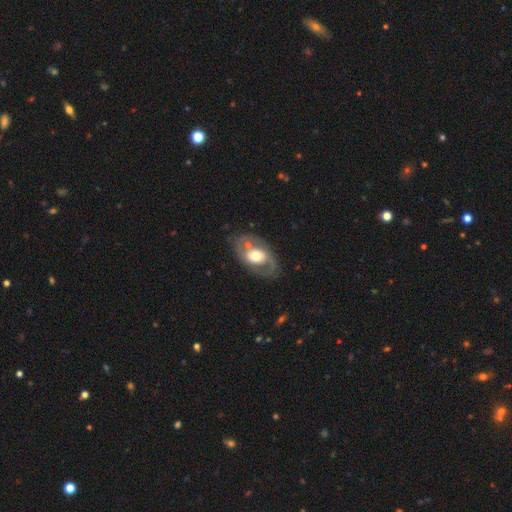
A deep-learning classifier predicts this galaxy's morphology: Smooth or featured?
  - featured or disk: 73% *
  - smooth: 22%
  - star or artifact: 5%
Edge-on disk?
  - no: 94% *
  - yes: 6%
Bar?
  - no: 62% *
  - weak: 27%
  - strong: 11%
Spiral arms?
  - yes: 68% *
  - no: 32%
Bulge size?
  - moderate: 62% *
  - large: 27%
  - small: 8%
  - dominant: 2%
  - none: 1%
Merging?
  - none: 72% *
  - minor disturbance: 16%
  - major disturbance: 9%
  - merger: 3%